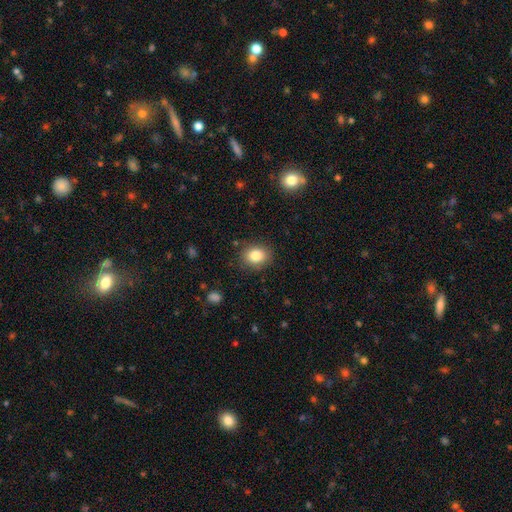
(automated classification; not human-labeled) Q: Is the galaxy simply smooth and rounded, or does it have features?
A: smooth — 83%.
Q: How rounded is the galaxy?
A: round — 52%.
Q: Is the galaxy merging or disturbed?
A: none — 86%.